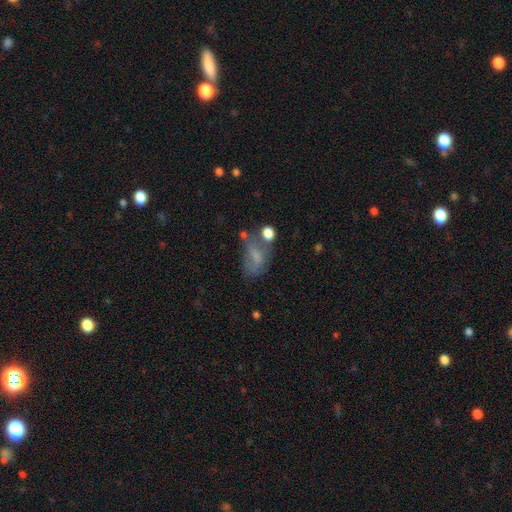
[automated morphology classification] Smooth or featured: smooth — 53% (featured or disk — 29%)
How rounded: in between — 81% (round — 14%)
Merging: none — 31% (major disturbance — 28%)